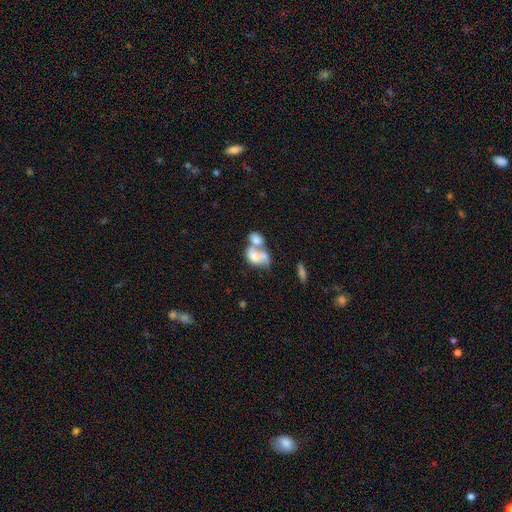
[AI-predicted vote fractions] smooth_or_featured: smooth (p=0.60) [alt: featured or disk p=0.31]
how_rounded: in between (p=0.81) [alt: round p=0.17]
merging: merger (p=0.71) [alt: none p=0.12]